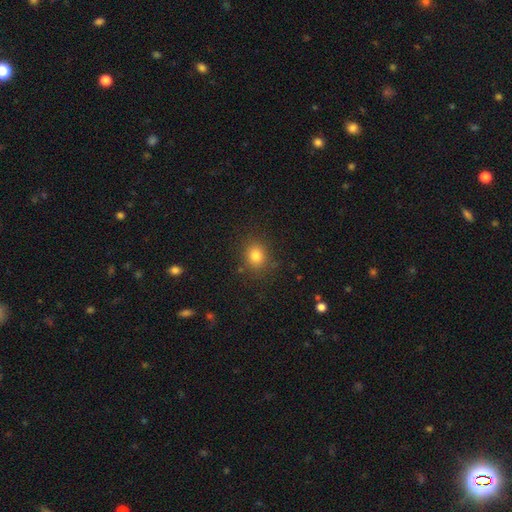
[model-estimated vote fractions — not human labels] The model was most divided on "how rounded": round: 69%, in between: 30%, cigar-shaped: 1%. More confident: merging — none (85%); smooth or featured — smooth (81%).